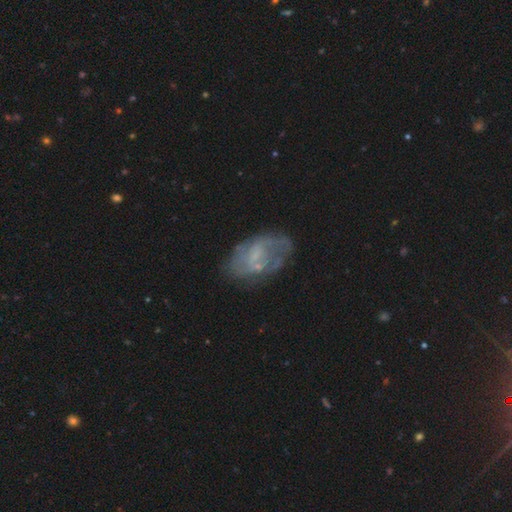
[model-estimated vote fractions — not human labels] A featured or disk galaxy (62%) with no bar (55%), spiral arms (55%) and no central bulge (47%).

Vote fractions:
- Smooth or featured? featured or disk: 62% / smooth: 29% / star or artifact: 10%
- Edge-on disk? no: 96% / yes: 4%
- Bar? no: 55% / weak: 37% / strong: 9%
- Spiral arms? yes: 55% / no: 45%
- Bulge size? none: 47% / small: 35% / moderate: 14% / large: 2% / dominant: 1%
- Merging? none: 55% / minor disturbance: 23% / major disturbance: 18% / merger: 4%